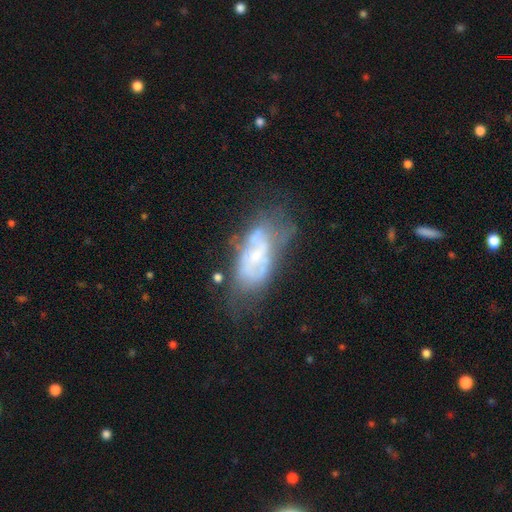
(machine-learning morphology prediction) featured or disk 64%, smooth 27%, star or artifact 9%. Down the decision tree: edge-on disk — no (92%); bar — no (68%); spiral arms — no (60%); bulge size — small (55%); merging — none (40%).